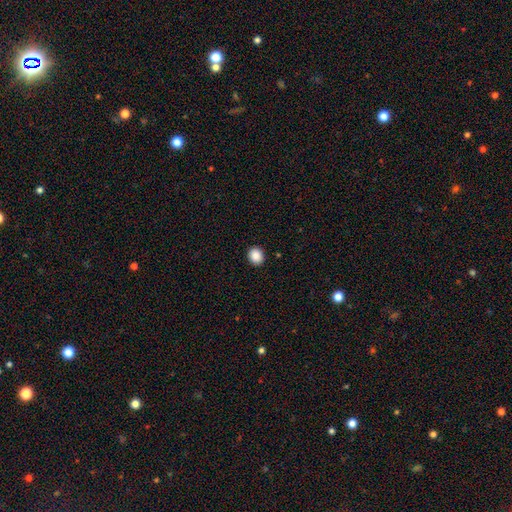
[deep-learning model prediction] Overall: smooth (88%). How rounded: round (72%). Merging: none (92%).